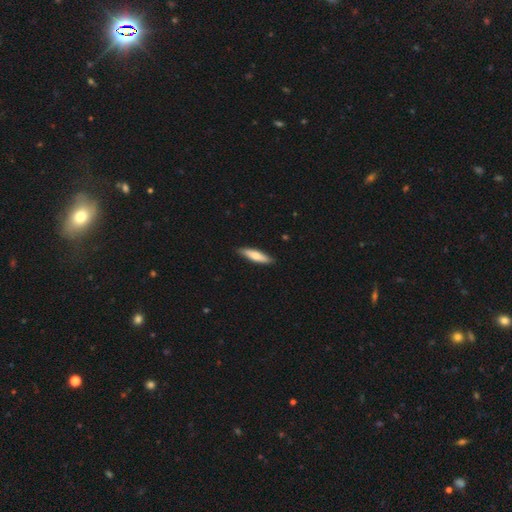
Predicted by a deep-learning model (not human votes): A smooth galaxy with no disk features (73%) that is cigar-shaped (75%).

Vote fractions:
- Smooth or featured? smooth: 73% / featured or disk: 22% / star or artifact: 5%
- How rounded? cigar-shaped: 75% / in between: 24% / round: 1%
- Merging? none: 88% / minor disturbance: 9% / major disturbance: 2% / merger: 1%